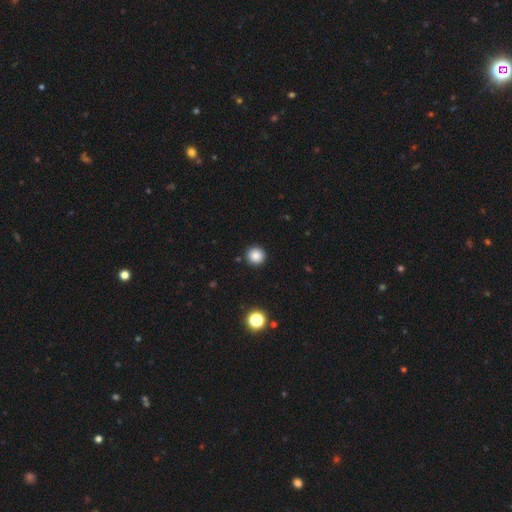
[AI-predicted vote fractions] smooth-or-featured: smooth: 86% | star or artifact: 11% | featured or disk: 3%
  how-rounded: round: 95% | in between: 4% | cigar-shaped: 1%
  merging: none: 92% | minor disturbance: 5% | major disturbance: 2% | merger: 1%